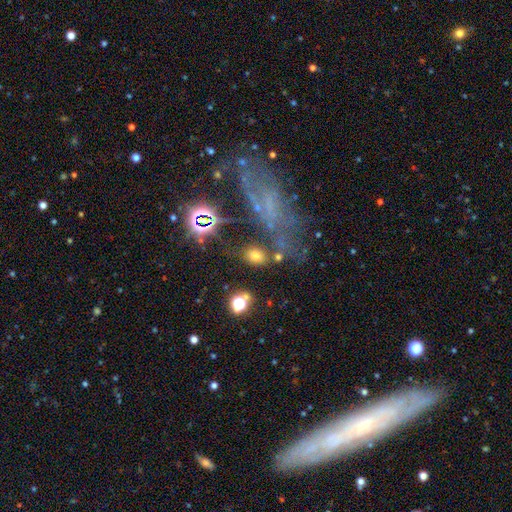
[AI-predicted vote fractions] Smooth or featured: smooth — 59% (star or artifact — 26%)
How rounded: in between — 73% (round — 24%)
Merging: none — 71% (minor disturbance — 14%)